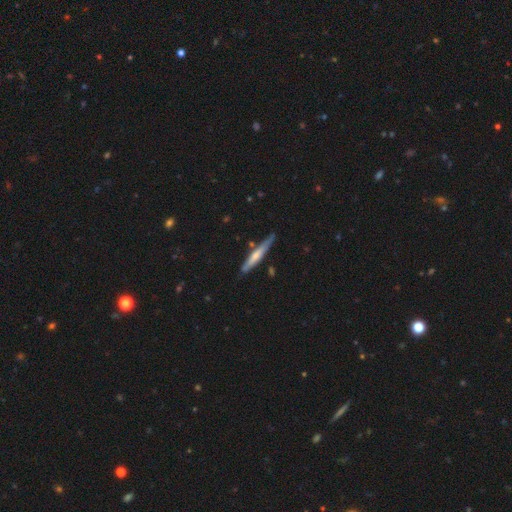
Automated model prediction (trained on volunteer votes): Smooth or featured: featured or disk — 48% (smooth — 47%)
Merging: none — 76% (minor disturbance — 17%)